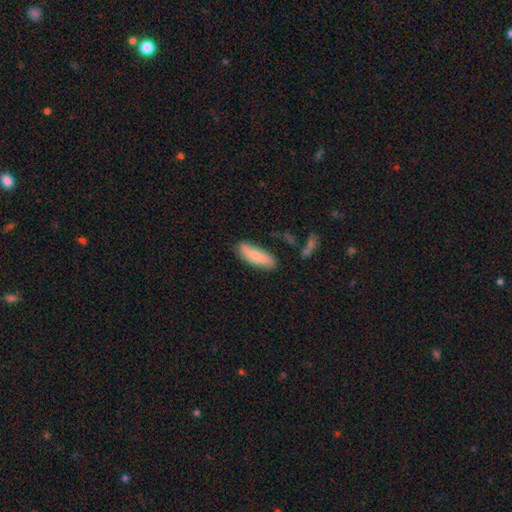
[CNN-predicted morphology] A smooth galaxy with no disk features (74%) that is in between round and cigar-shaped (54%).

Vote fractions:
- Smooth or featured? smooth: 74% / featured or disk: 20% / star or artifact: 6%
- How rounded? in between: 54% / cigar-shaped: 44% / round: 2%
- Merging? none: 75% / minor disturbance: 18% / major disturbance: 4% / merger: 3%